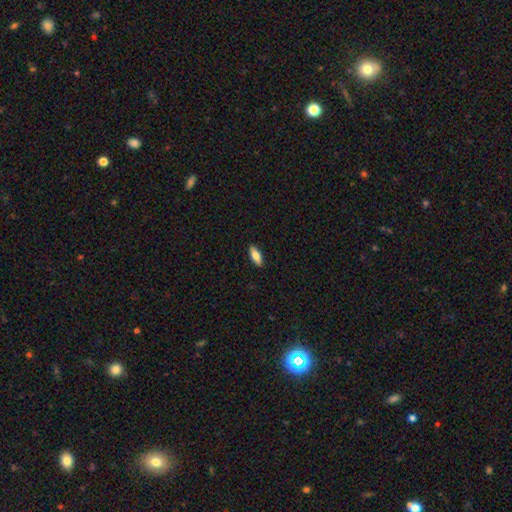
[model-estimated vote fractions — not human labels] This is likely a smooth galaxy (75%). How rounded: likely in between (76%). Merging: clearly none (90%).